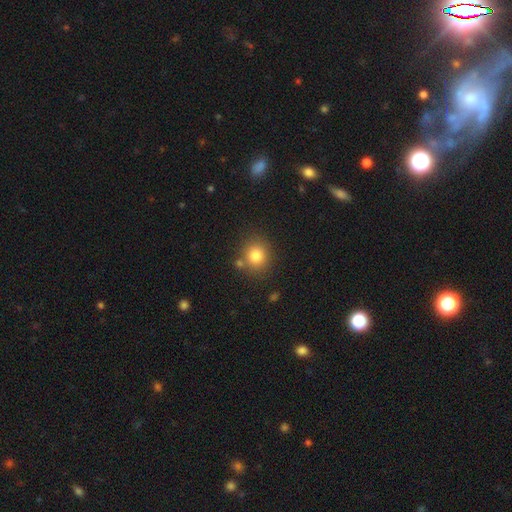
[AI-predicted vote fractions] A smooth galaxy with no disk features (81%) that is round (83%).

Vote fractions:
- Smooth or featured? smooth: 81% / star or artifact: 11% / featured or disk: 8%
- How rounded? round: 83% / in between: 16% / cigar-shaped: 1%
- Merging? none: 77% / minor disturbance: 10% / merger: 9% / major disturbance: 3%